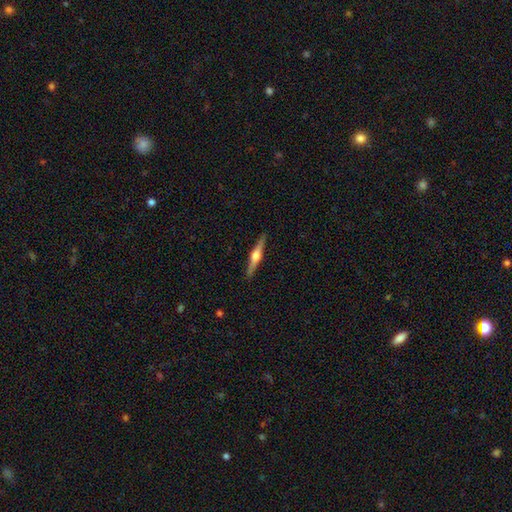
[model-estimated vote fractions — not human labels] A featured or disk galaxy (75%) viewed edge-on (98%) with a rounded central bulge (93%).

Vote fractions:
- Smooth or featured? featured or disk: 75% / smooth: 19% / star or artifact: 5%
- Edge-on disk? yes: 98% / no: 2%
- Edge-on bulge? rounded: 93% / boxy: 4% / none: 2%
- Merging? none: 91% / minor disturbance: 6% / major disturbance: 1% / merger: 1%